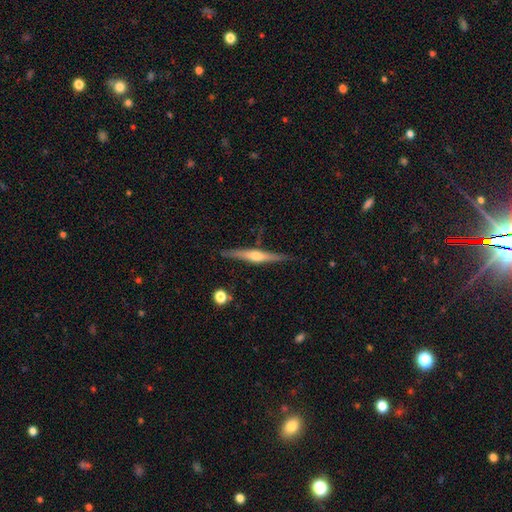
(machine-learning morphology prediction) featured or disk 70%, smooth 24%, star or artifact 6%. Down the decision tree: edge-on disk — yes (97%); edge-on bulge — rounded (89%); merging — none (84%).